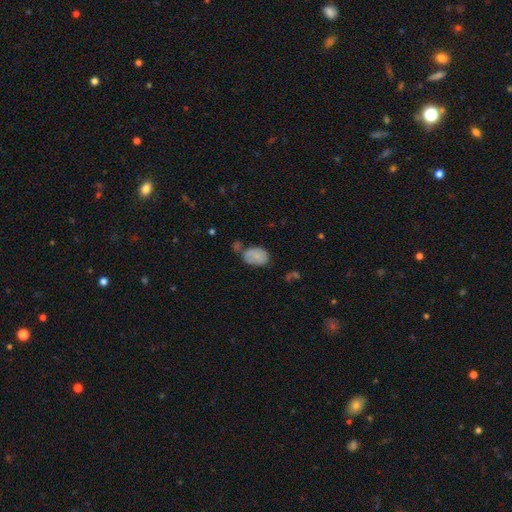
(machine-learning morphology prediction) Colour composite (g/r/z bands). It shows a smooth galaxy with no disk features (74%) that is in between round and cigar-shaped (85%). Merging: none (45%).